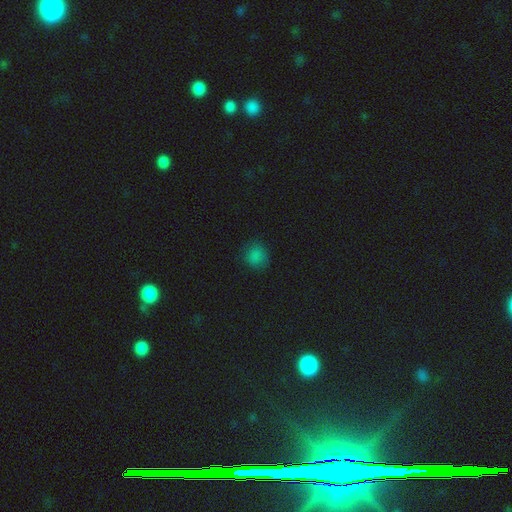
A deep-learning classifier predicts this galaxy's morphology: The model was most divided on "smooth or featured": smooth: 80%, star or artifact: 16%, featured or disk: 4%. More confident: how rounded — round (84%); merging — none (82%).